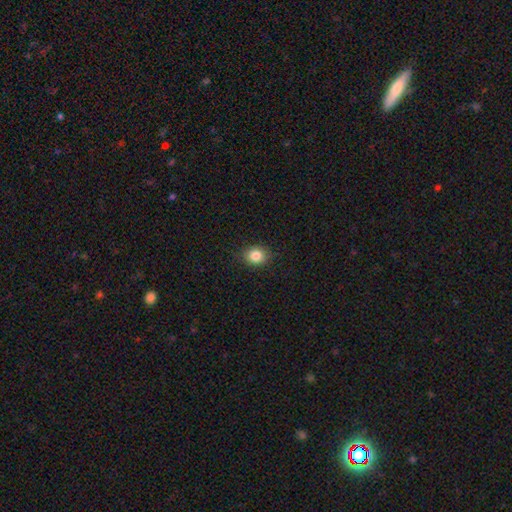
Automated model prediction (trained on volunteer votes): The model was most divided on "how rounded": round: 66%, in between: 33%, cigar-shaped: 1%. More confident: merging — none (88%); smooth or featured — smooth (84%).